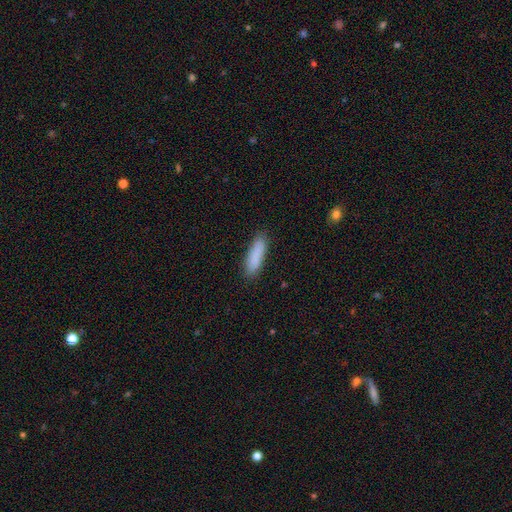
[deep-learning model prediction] Overall: smooth (87%). How rounded: cigar-shaped (67%; in between 31%). Merging: none (87%).